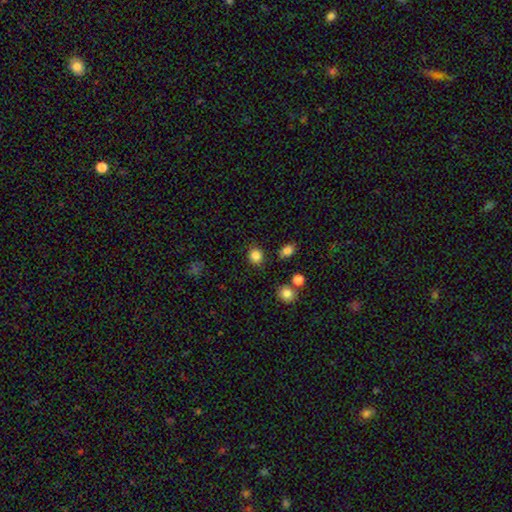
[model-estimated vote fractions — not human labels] This appears to be a smooth galaxy with no disk features (84%) that is round (77%). Merging: none (83%).